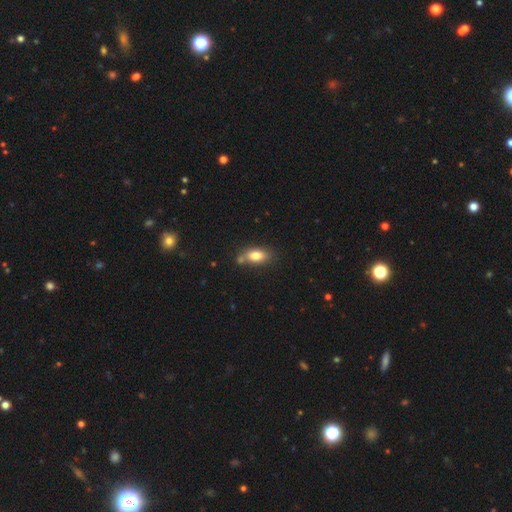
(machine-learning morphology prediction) smooth-or-featured: smooth: 79% | featured or disk: 12% | star or artifact: 9%
  how-rounded: in between: 86% | round: 7% | cigar-shaped: 7%
  merging: none: 63% | minor disturbance: 17% | merger: 16% | major disturbance: 4%